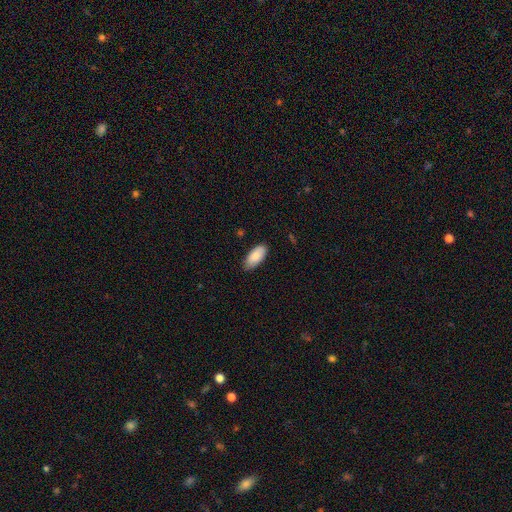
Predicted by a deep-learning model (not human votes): Overall: smooth (87%). How rounded: in between (92%). Merging: none (83%).